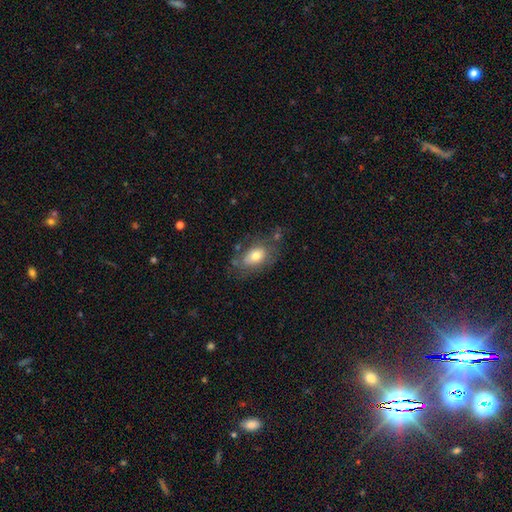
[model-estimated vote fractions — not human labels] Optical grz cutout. It shows a smooth galaxy with no disk features (69%) that is in between round and cigar-shaped (86%). Merging: none (61%).